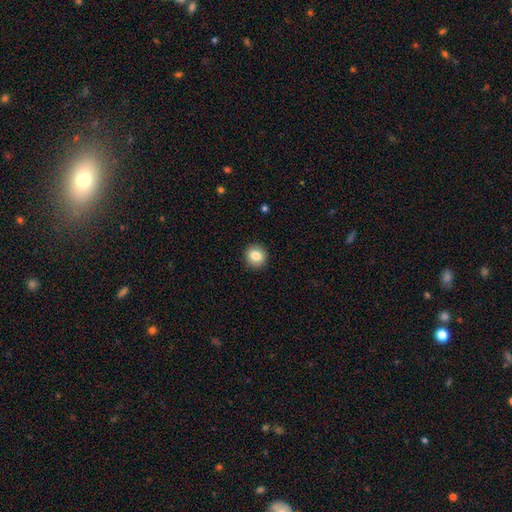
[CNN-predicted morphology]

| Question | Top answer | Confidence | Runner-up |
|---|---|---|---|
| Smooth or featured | smooth | 84% | star or artifact (9%) |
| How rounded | round | 87% | in between (12%) |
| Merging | none | 92% | minor disturbance (6%) |